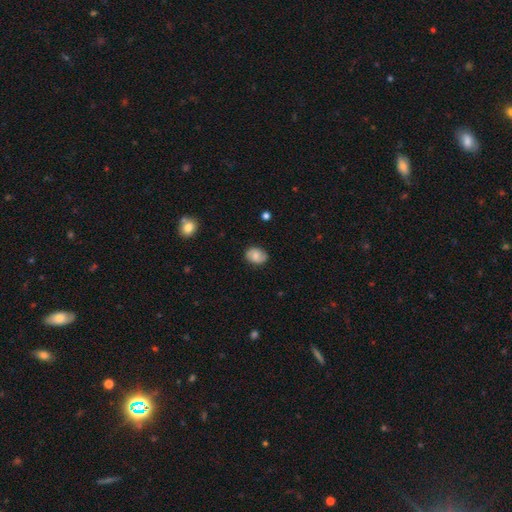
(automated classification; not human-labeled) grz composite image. It shows a smooth galaxy with no disk features (73%) that is in between round and cigar-shaped (62%). Merging: none (80%).